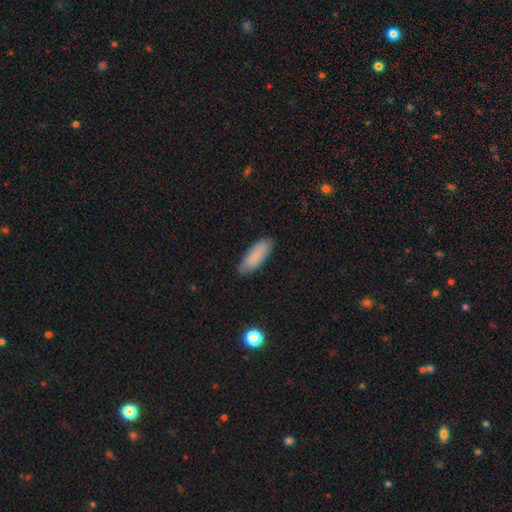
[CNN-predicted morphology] This is clearly a smooth galaxy (85%). How rounded: likely in between (68%). Merging: clearly none (82%).